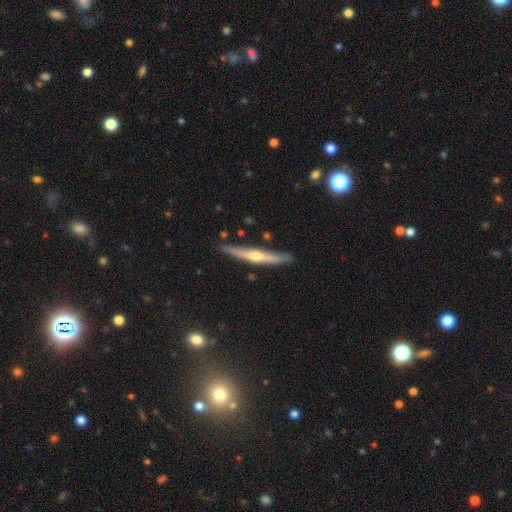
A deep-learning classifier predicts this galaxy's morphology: Q: Smooth or featured?
A: featured or disk (68%); runner-up: smooth (27%)
Q: Edge-on disk?
A: yes (97%); runner-up: no (3%)
Q: Edge-on bulge?
A: rounded (87%); runner-up: none (10%)
Q: Merging?
A: none (87%); runner-up: minor disturbance (9%)